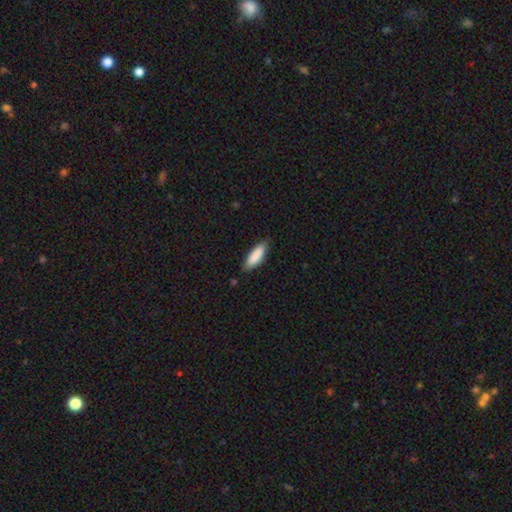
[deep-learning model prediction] smooth-or-featured: smooth: 85% | featured or disk: 9% | star or artifact: 6%
  how-rounded: cigar-shaped: 55% | in between: 43% | round: 1%
  merging: none: 80% | minor disturbance: 16% | major disturbance: 2% | merger: 1%